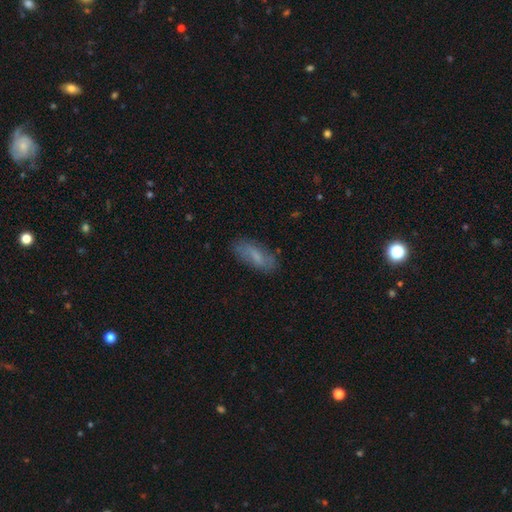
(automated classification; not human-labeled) A smooth galaxy with no disk features (66%) that is in between round and cigar-shaped (74%). Merging: none (78%).